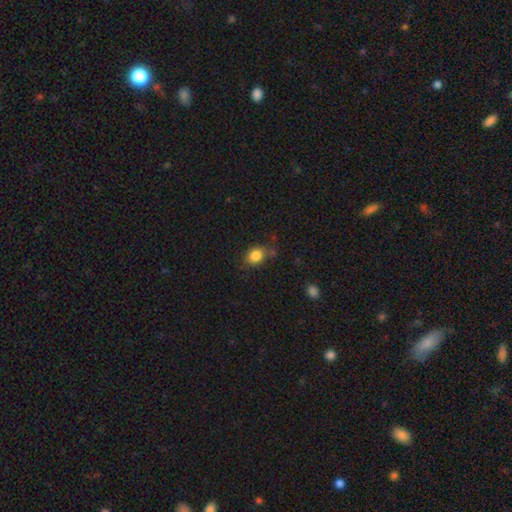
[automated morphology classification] Smooth or featured: smooth — 84% (star or artifact — 10%)
How rounded: round — 60% (in between — 39%)
Merging: none — 73% (minor disturbance — 17%)